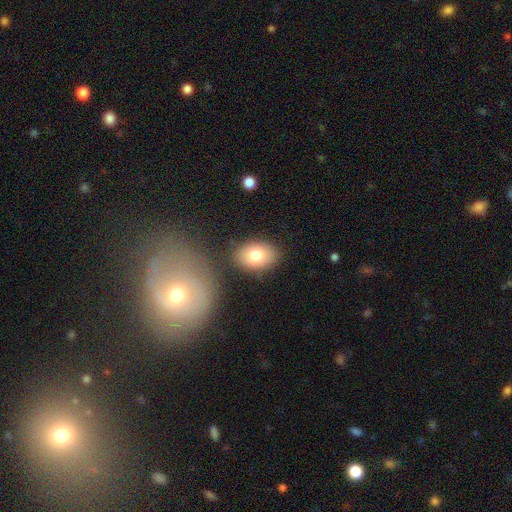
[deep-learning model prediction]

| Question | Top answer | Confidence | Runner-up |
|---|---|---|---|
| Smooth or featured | smooth | 78% | featured or disk (13%) |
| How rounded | in between | 79% | round (20%) |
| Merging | none | 82% | minor disturbance (11%) |